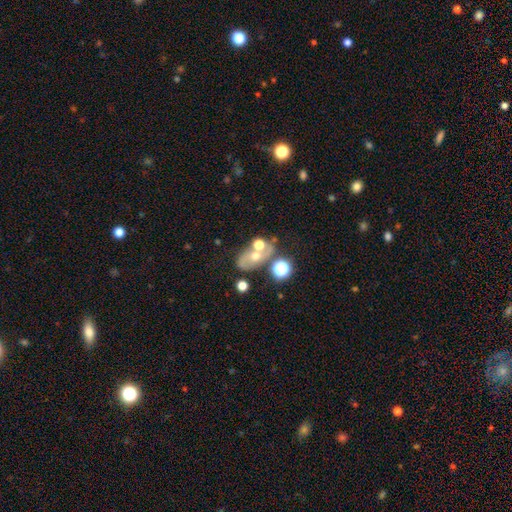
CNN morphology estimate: smooth-or-featured: featured or disk: 47% | smooth: 33% | star or artifact: 21%
  merging: none: 44% | merger: 29% | minor disturbance: 16% | major disturbance: 12%